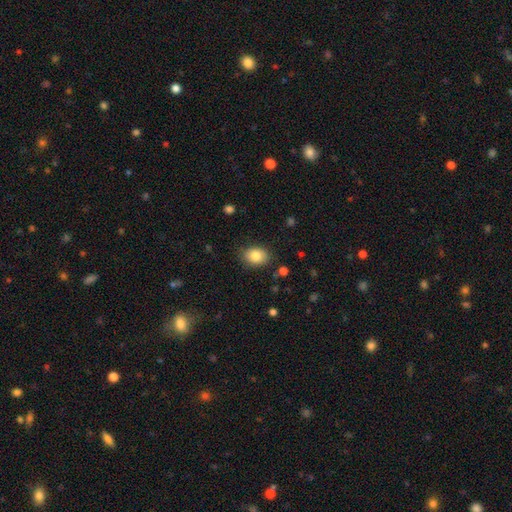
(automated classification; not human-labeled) Morphology: type=smooth (85%); roundness=in between (69%); merging=none (84%).